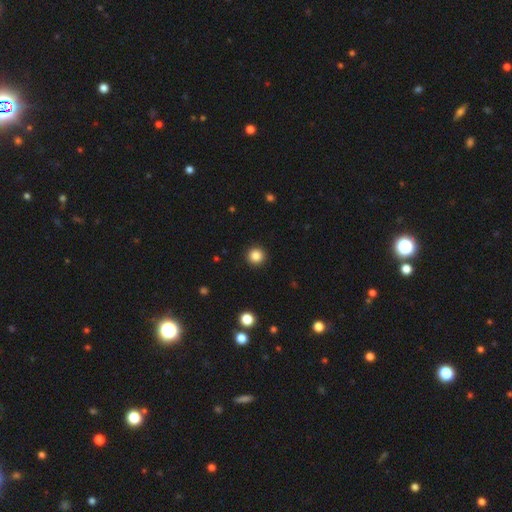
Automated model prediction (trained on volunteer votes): Smooth or featured? Predicted: smooth (p=0.85). How rounded? Predicted: round (p=0.96). Merging? Predicted: none (p=0.93).